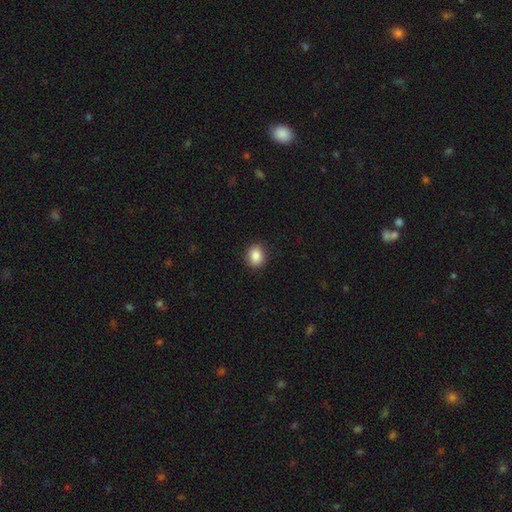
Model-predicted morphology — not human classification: This is clearly a smooth galaxy (87%). How rounded: possibly round (51%). Merging: clearly none (89%).